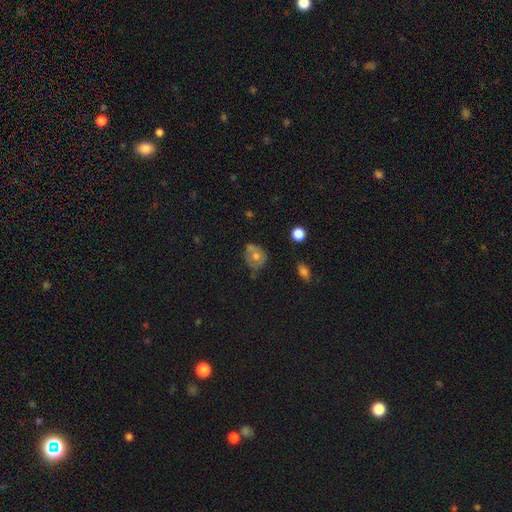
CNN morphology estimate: Q: Smooth or featured?
A: smooth (50%); runner-up: featured or disk (36%)
Q: How rounded?
A: round (58%); runner-up: in between (41%)
Q: Merging?
A: none (51%); runner-up: minor disturbance (32%)